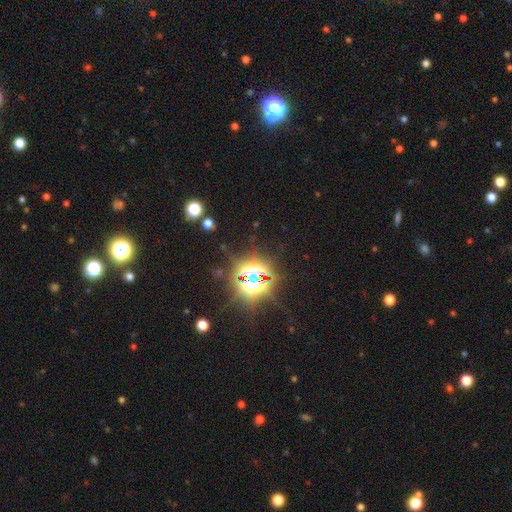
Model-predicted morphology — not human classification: This is clearly a star or artifact rather than a galaxy (81%).